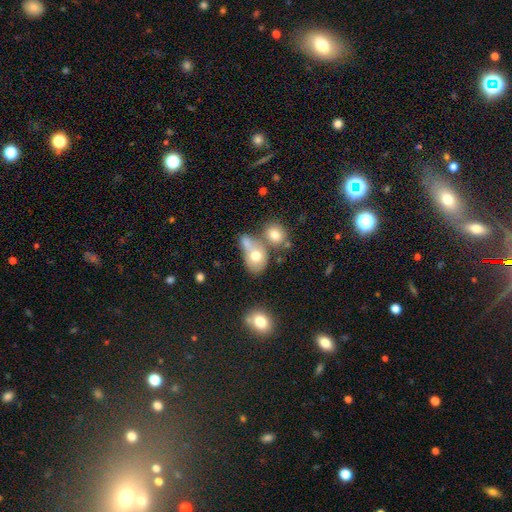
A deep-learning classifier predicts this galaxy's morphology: Overall: smooth (69%). How rounded: in between (65%; round 33%). Merging: merger (48%; none 30%).